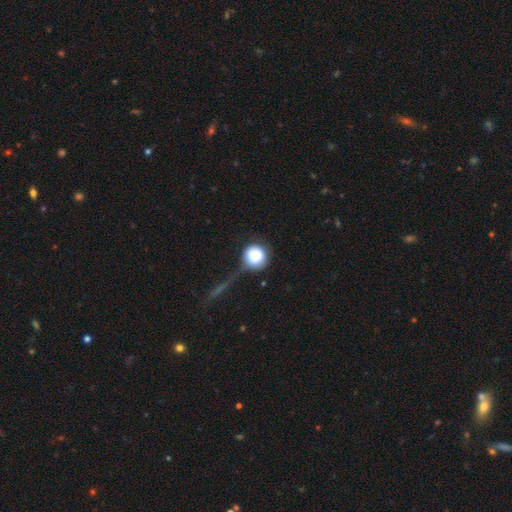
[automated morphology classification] type=smooth (82%); roundness=round (93%); merging=none (51%).